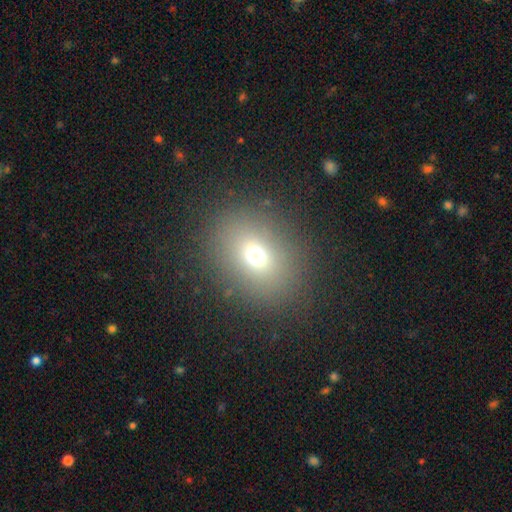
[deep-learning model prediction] Smooth or featured: smooth — 68% (star or artifact — 18%)
How rounded: round — 51% (in between — 48%)
Merging: none — 85% (minor disturbance — 9%)